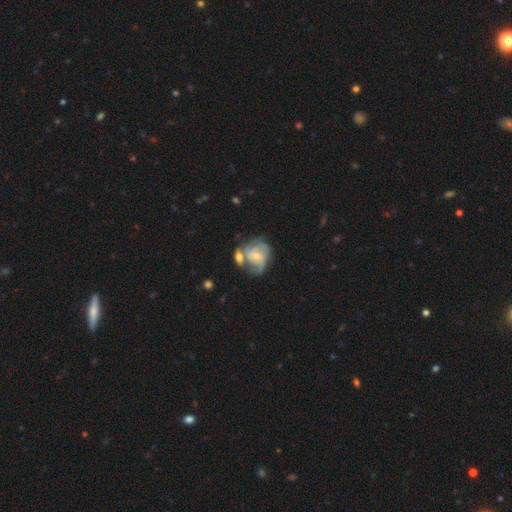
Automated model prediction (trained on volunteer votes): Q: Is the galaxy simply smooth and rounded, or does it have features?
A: featured or disk — 71%.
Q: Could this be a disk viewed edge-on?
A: no — 97%.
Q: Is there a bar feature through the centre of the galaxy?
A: no — 66%.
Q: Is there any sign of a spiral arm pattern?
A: yes — 86%.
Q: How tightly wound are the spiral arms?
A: tight — 47%.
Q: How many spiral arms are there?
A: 2 — 33%.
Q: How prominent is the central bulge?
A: small — 52%.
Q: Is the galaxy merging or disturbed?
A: merger — 38%.